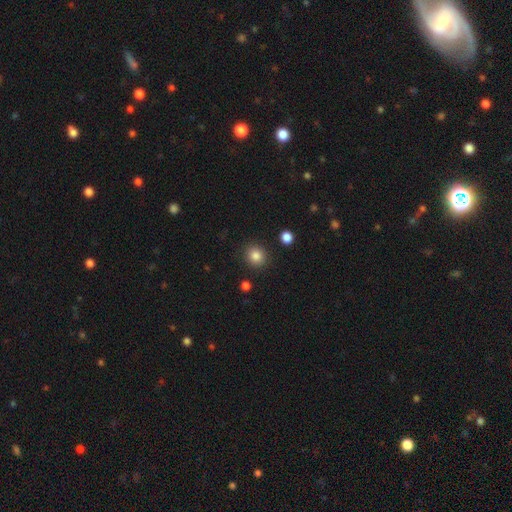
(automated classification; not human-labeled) Overall: smooth (85%). How rounded: round (87%). Merging: none (90%).